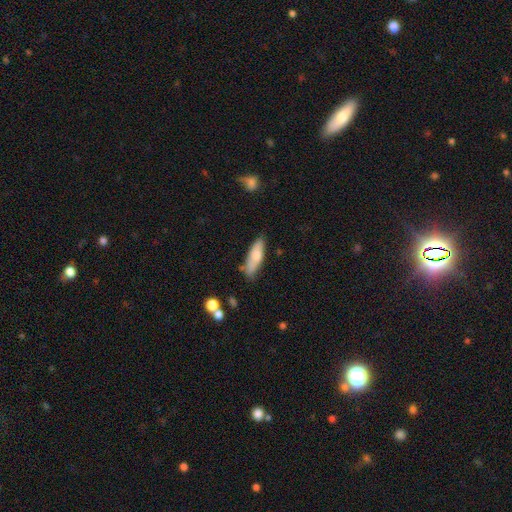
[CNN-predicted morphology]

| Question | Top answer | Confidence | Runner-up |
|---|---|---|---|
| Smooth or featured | smooth | 74% | featured or disk (19%) |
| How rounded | in between | 51% | cigar-shaped (47%) |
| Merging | none | 68% | minor disturbance (23%) |